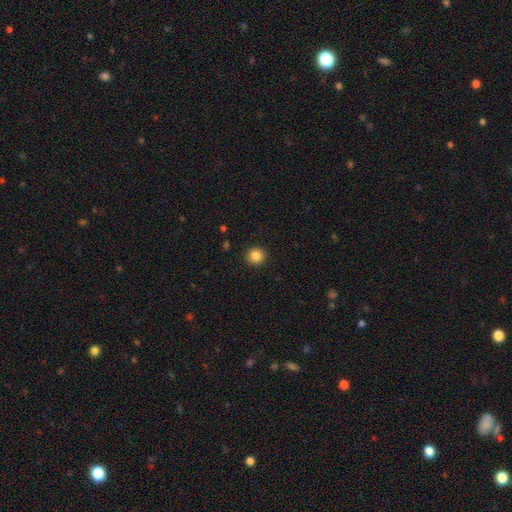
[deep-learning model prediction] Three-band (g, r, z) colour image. It shows a smooth galaxy with no disk features (86%) that is round (94%). Merging: none (93%).